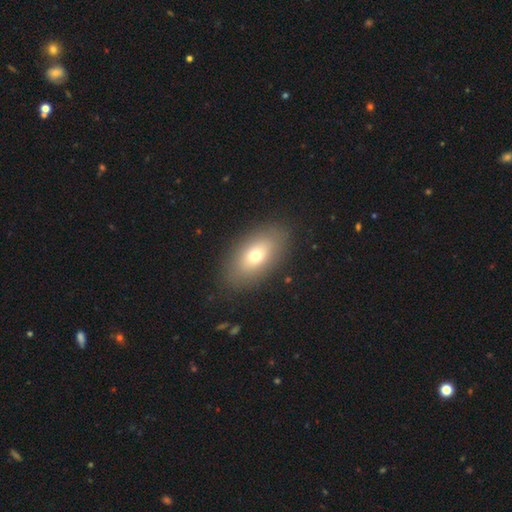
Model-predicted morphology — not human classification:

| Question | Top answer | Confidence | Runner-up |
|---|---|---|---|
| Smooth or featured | smooth | 70% | featured or disk (21%) |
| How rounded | in between | 88% | round (8%) |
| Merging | none | 87% | minor disturbance (9%) |